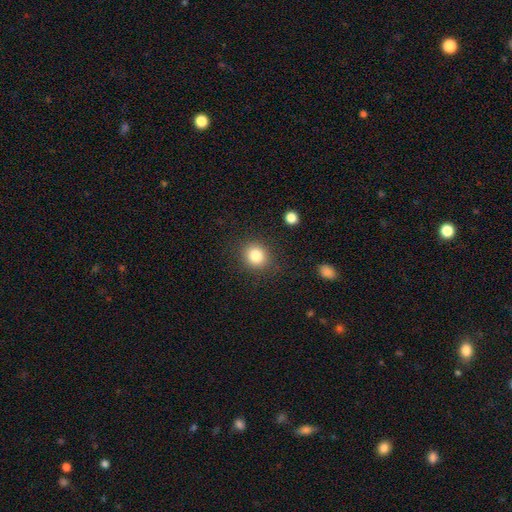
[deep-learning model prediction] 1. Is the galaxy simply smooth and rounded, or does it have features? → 83% smooth, 11% star or artifact, 6% featured or disk.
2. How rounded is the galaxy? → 81% round, 18% in between, 1% cigar-shaped.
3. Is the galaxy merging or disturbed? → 87% none, 8% minor disturbance, 3% major disturbance, 2% merger.